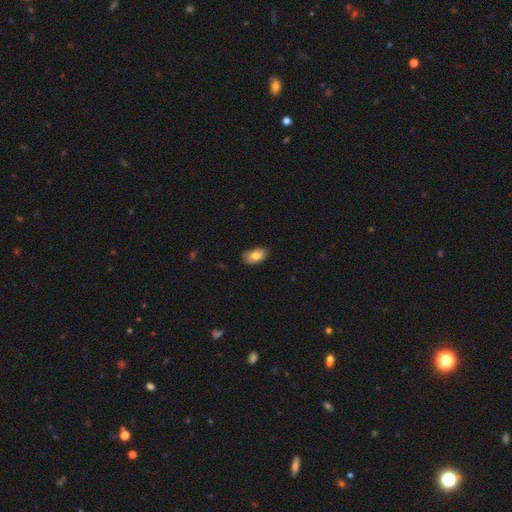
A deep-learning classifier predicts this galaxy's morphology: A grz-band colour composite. It shows a smooth galaxy with no disk features (75%) that is in between round and cigar-shaped (93%). Merging: none (77%).